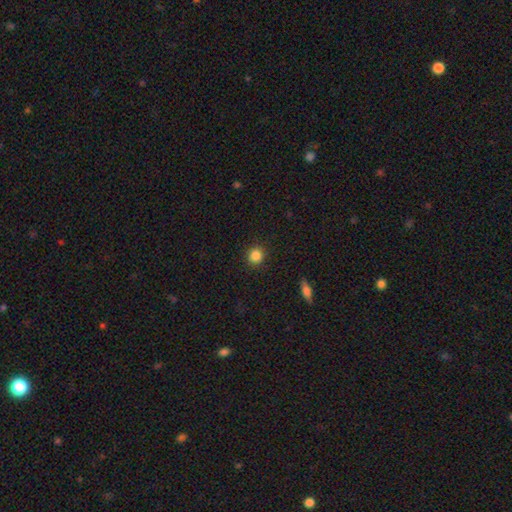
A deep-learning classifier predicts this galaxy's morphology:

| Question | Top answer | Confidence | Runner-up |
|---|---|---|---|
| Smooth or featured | smooth | 85% | star or artifact (11%) |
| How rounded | round | 90% | in between (9%) |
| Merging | none | 91% | minor disturbance (6%) |